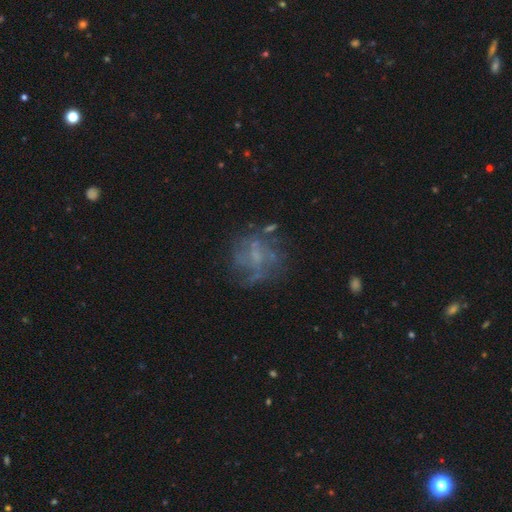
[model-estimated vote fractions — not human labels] Smooth or featured?
  - featured or disk: 61% *
  - smooth: 23%
  - star or artifact: 16%
Edge-on disk?
  - no: 98% *
  - yes: 2%
Bar?
  - no: 65% *
  - weak: 29%
  - strong: 5%
Spiral arms?
  - yes: 50% * (tied)
  - no: 50% * (tied)
Bulge size?
  - none: 45% *
  - small: 34%
  - moderate: 17%
  - large: 2%
  - dominant: 1%
Merging?
  - none: 60% *
  - major disturbance: 18%
  - minor disturbance: 18%
  - merger: 4%